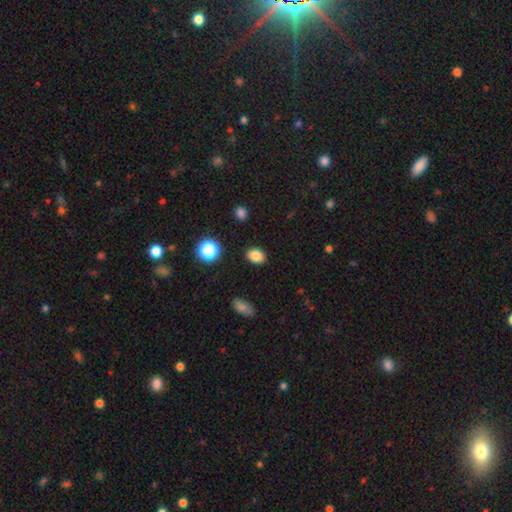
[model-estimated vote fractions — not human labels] Q: Smooth or featured?
A: smooth (84%); runner-up: star or artifact (11%)
Q: How rounded?
A: in between (66%); runner-up: round (33%)
Q: Merging?
A: none (88%); runner-up: minor disturbance (8%)